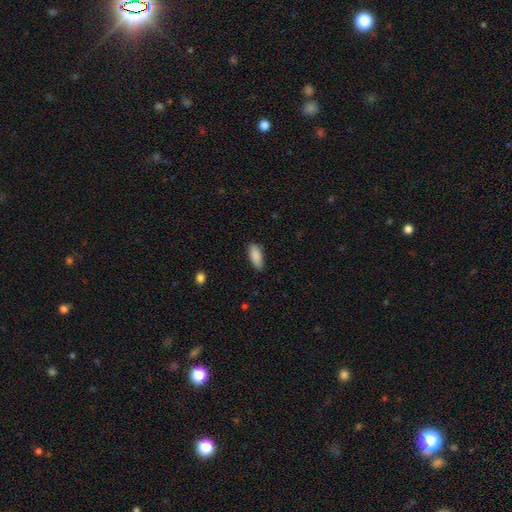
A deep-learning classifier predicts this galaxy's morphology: This appears to be a smooth galaxy with no disk features (89%) that is in between round and cigar-shaped (82%). Merging: none (85%).